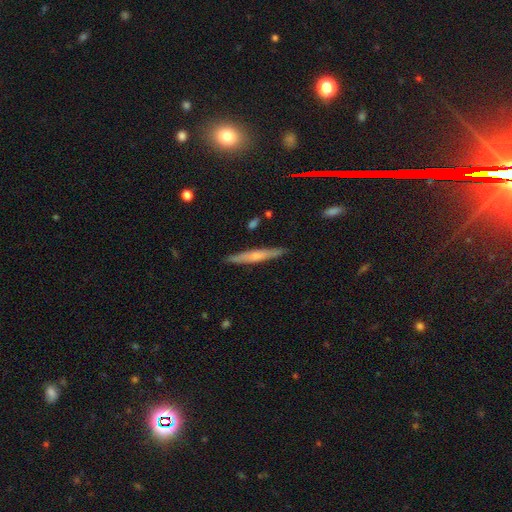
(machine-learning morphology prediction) smooth-or-featured: featured or disk: 50% | smooth: 44% | star or artifact: 6%
  merging: none: 89% | minor disturbance: 8% | major disturbance: 2% | merger: 1%